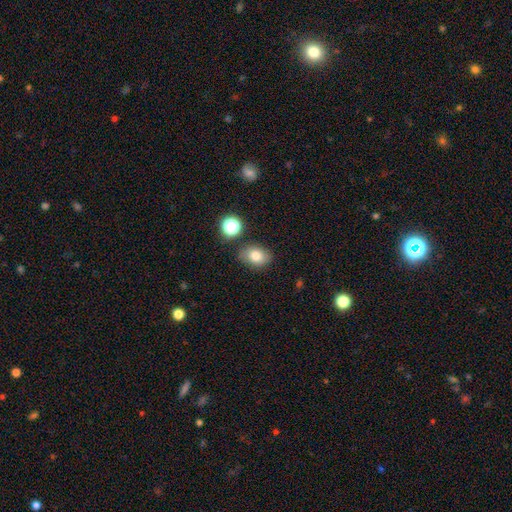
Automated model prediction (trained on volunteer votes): Overall: smooth (79%). How rounded: in between (69%; round 30%). Merging: none (80%).